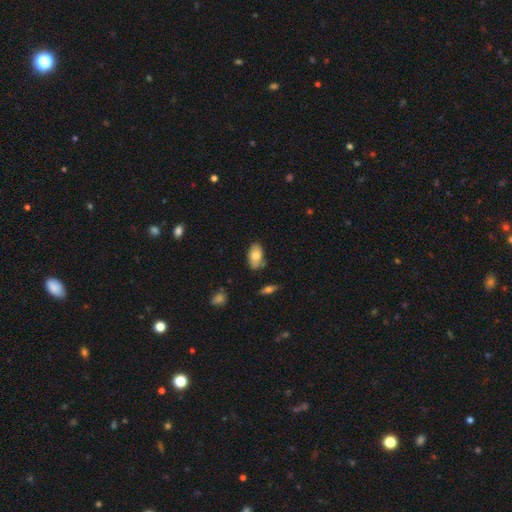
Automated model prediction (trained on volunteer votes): smooth 72%, featured or disk 21%, star or artifact 7%. Down the decision tree: how rounded — in between (92%); merging — none (68%).